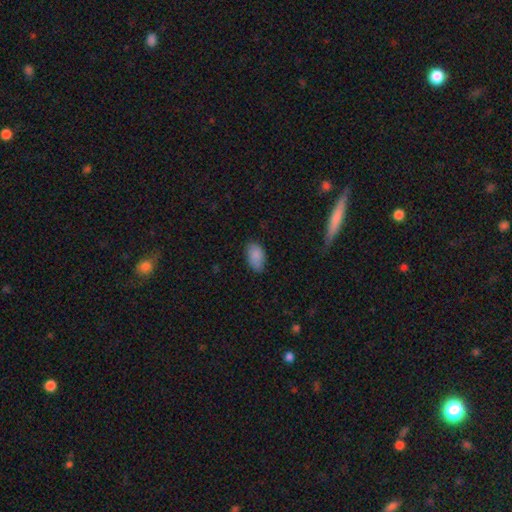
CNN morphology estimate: Smooth or featured? Predicted: smooth (p=0.87). How rounded? Predicted: in between (p=0.93). Merging? Predicted: none (p=0.75).